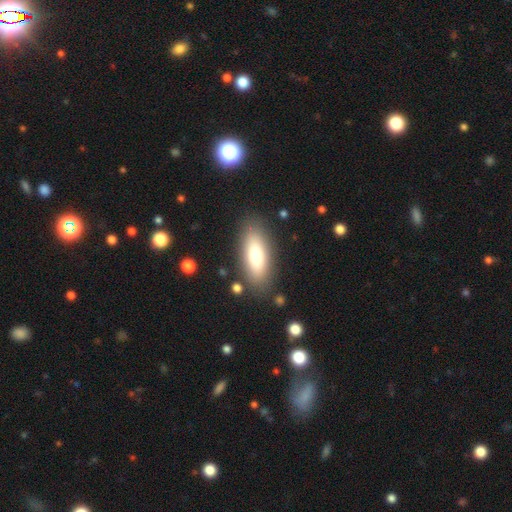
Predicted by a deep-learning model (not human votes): smooth-or-featured: smooth: 74% | featured or disk: 19% | star or artifact: 7%
  how-rounded: in between: 73% | cigar-shaped: 24% | round: 2%
  merging: none: 84% | minor disturbance: 10% | major disturbance: 3% | merger: 2%